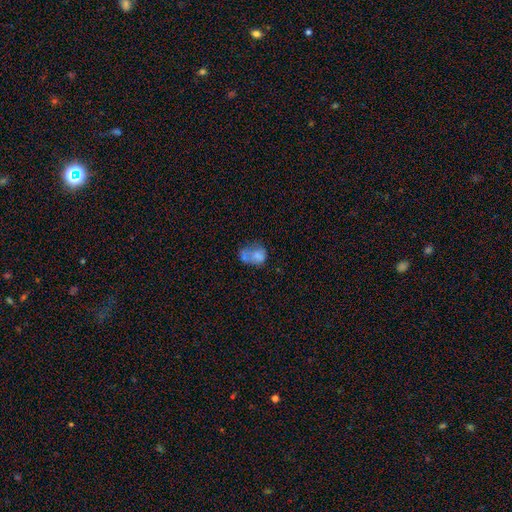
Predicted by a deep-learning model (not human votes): A smooth galaxy with no disk features (59%) that is in between round and cigar-shaped (64%).

Vote fractions:
- Smooth or featured? smooth: 59% / featured or disk: 30% / star or artifact: 12%
- How rounded? in between: 64% / round: 35% / cigar-shaped: 1%
- Merging? merger: 28% / none: 26% / major disturbance: 24% / minor disturbance: 21%